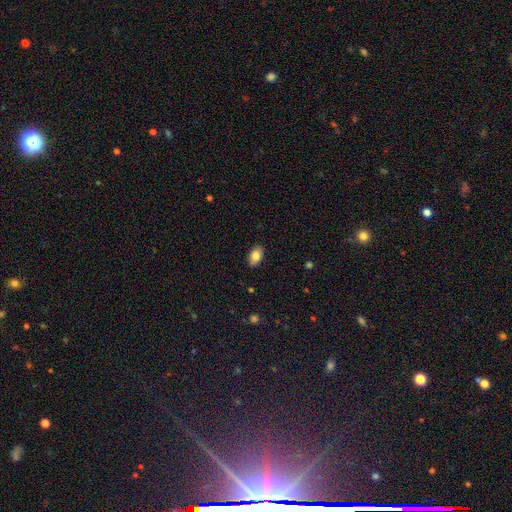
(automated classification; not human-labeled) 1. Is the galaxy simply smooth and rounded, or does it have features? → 83% smooth, 10% featured or disk, 7% star or artifact.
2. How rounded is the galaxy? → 92% in between, 7% round, 2% cigar-shaped.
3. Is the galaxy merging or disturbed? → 89% none, 8% minor disturbance, 2% major disturbance, 1% merger.